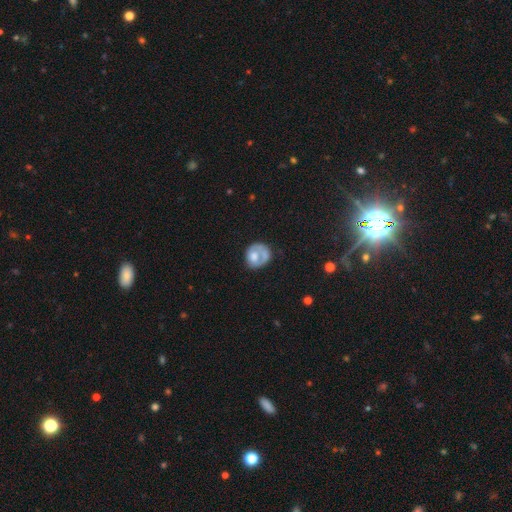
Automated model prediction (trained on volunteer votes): This is possibly a smooth galaxy (57%). How rounded: likely round (73%). Merging: possibly none (50%).